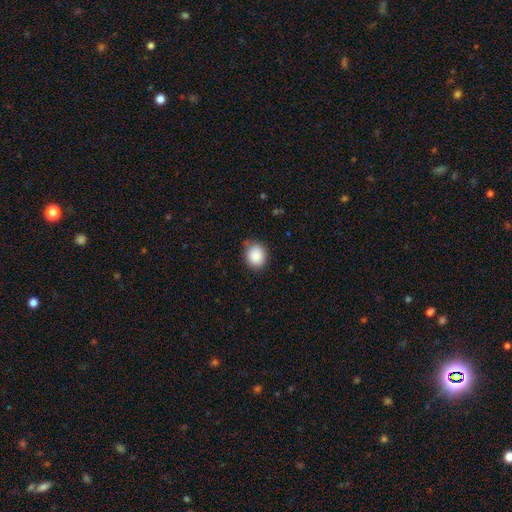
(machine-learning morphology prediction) Smooth or featured? smooth (88%)
How rounded? round (69%)
Merging? none (79%)